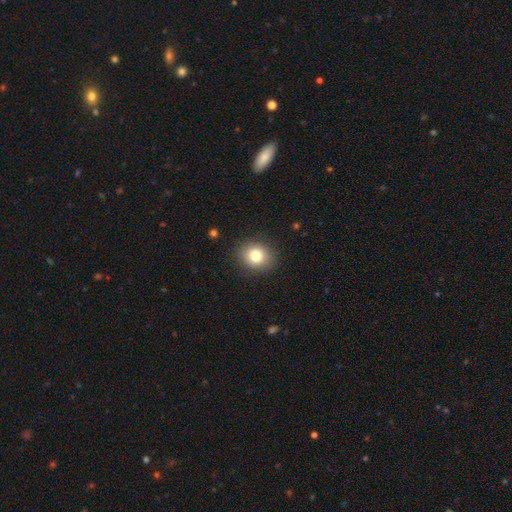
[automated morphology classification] This appears to be a smooth galaxy with no disk features (80%) that is round (66%). Merging: none (89%).